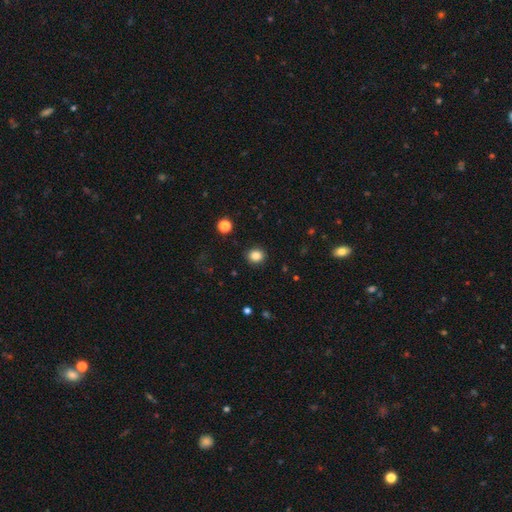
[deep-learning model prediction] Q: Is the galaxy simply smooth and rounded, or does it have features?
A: smooth — 86%.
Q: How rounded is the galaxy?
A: round — 77%.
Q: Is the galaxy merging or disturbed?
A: none — 90%.